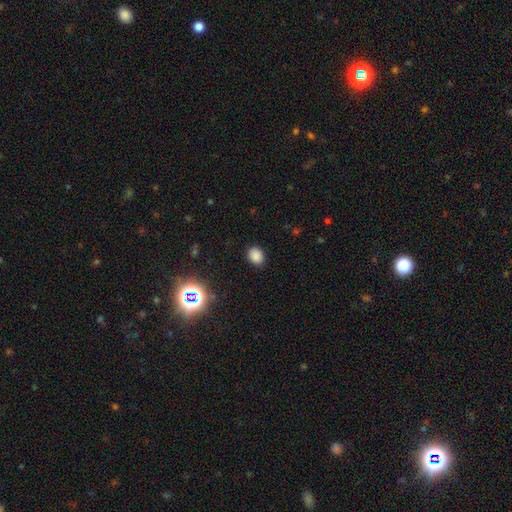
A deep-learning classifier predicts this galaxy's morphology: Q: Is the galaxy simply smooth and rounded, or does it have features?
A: smooth — 82%.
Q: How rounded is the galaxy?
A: in between — 58%.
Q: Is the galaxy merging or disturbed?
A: none — 88%.